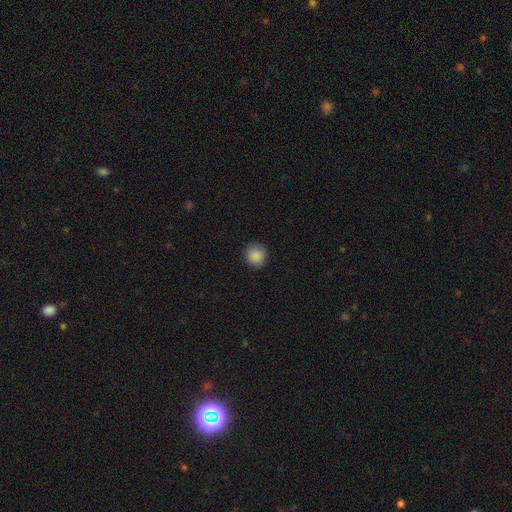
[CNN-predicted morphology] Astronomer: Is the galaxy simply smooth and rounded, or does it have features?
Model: smooth — 88%.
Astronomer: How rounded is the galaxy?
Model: round — 91%.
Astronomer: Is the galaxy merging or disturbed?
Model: none — 88%.